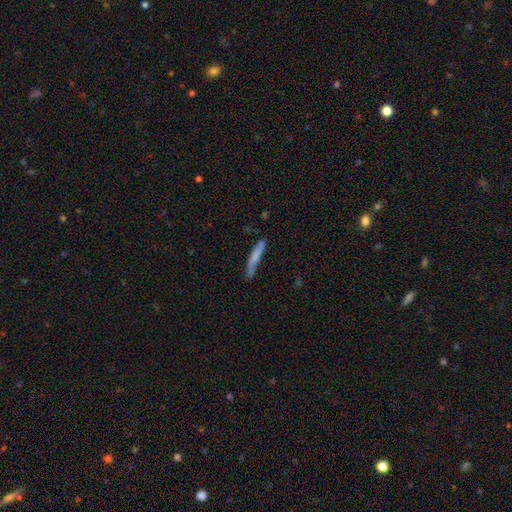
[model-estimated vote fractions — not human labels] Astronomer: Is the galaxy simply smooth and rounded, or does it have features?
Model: smooth — 69%.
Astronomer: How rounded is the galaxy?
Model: cigar-shaped — 93%.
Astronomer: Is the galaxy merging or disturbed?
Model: none — 69%.